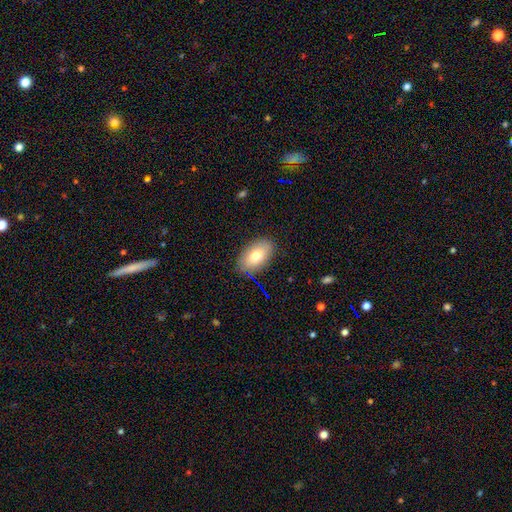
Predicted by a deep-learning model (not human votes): This is likely a smooth galaxy (75%). How rounded: clearly in between (93%). Merging: clearly none (85%).